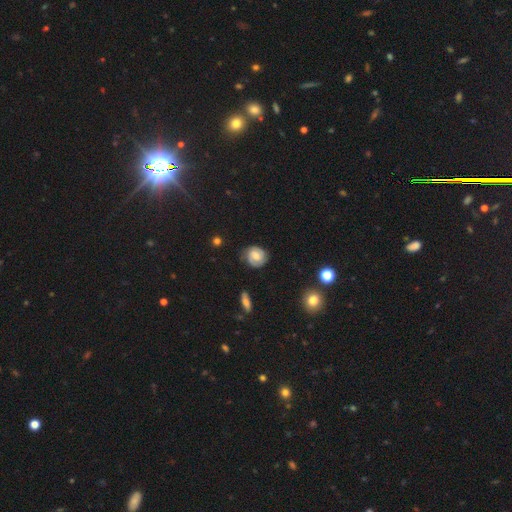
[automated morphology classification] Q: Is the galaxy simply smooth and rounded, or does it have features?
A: smooth — 50%.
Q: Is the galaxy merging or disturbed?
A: none — 72%.